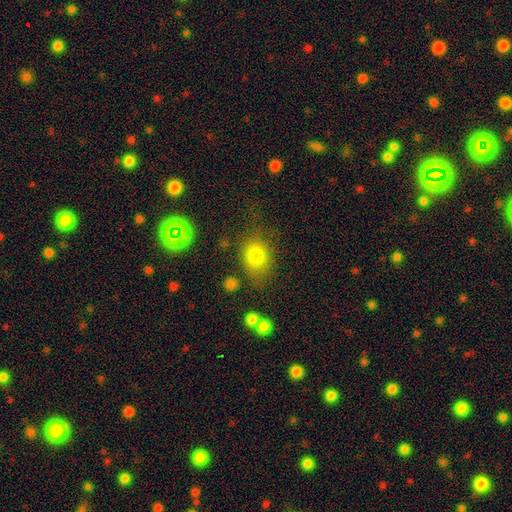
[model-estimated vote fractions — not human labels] smooth_or_featured: smooth (p=0.78) [alt: star or artifact p=0.13]
how_rounded: in between (p=0.50) [alt: round p=0.49]
merging: none (p=0.62) [alt: minor disturbance p=0.19]